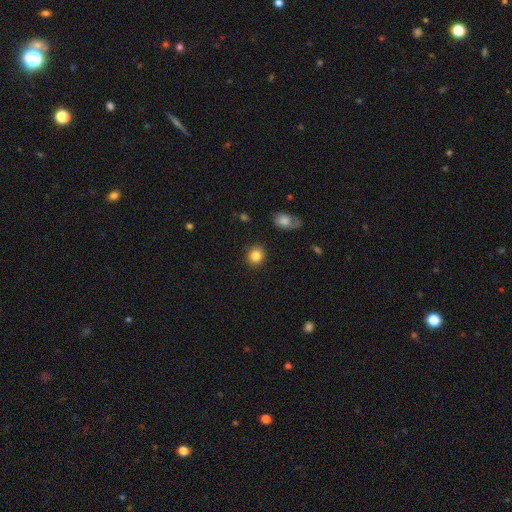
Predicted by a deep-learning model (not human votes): This appears to be a smooth galaxy with no disk features (85%) that is round (83%). Merging: none (88%).